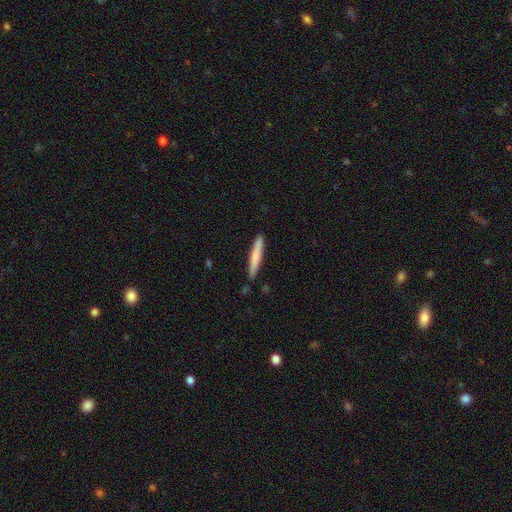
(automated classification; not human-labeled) smooth_or_featured: smooth (p=0.74) [alt: featured or disk p=0.21]
how_rounded: cigar-shaped (p=0.95) [alt: in between p=0.04]
merging: none (p=0.87) [alt: minor disturbance p=0.10]